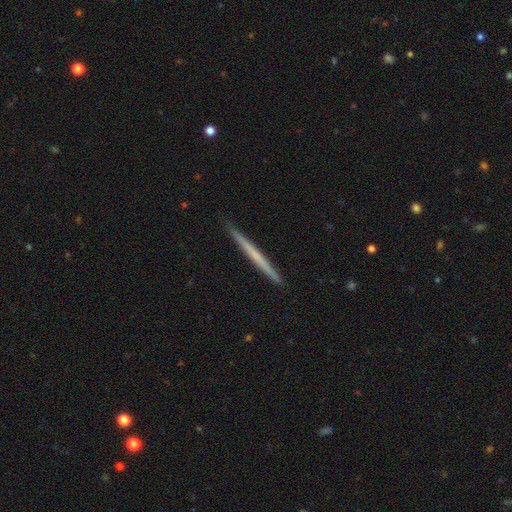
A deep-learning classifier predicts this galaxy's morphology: Smooth or featured: featured or disk — 48% (smooth — 46%)
Merging: none — 92% (minor disturbance — 6%)